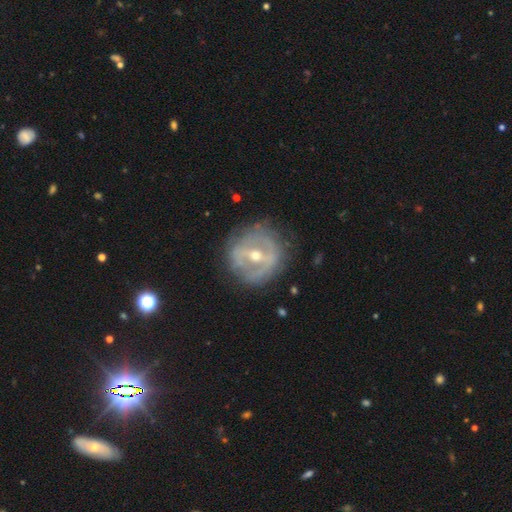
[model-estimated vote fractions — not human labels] This is likely a featured or disk galaxy (79%). It is clearly not viewed edge-on (93%). Bar: possibly strong (52%). Spiral arm pattern: possibly no (50%, tied with yes). Central bulge: possibly moderate (55%). Merging: likely none (73%).